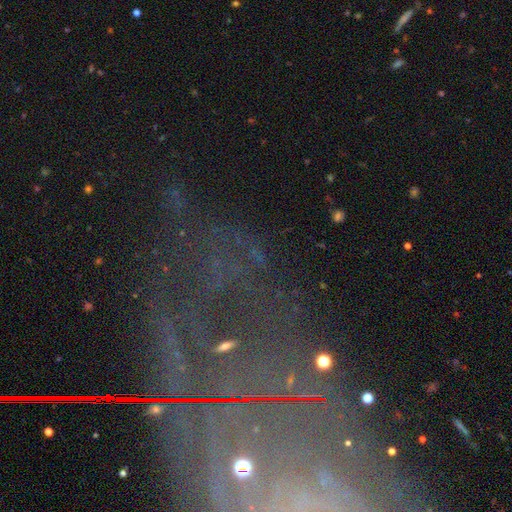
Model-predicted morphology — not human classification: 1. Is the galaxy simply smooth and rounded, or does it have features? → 63% star or artifact, 24% featured or disk, 13% smooth.